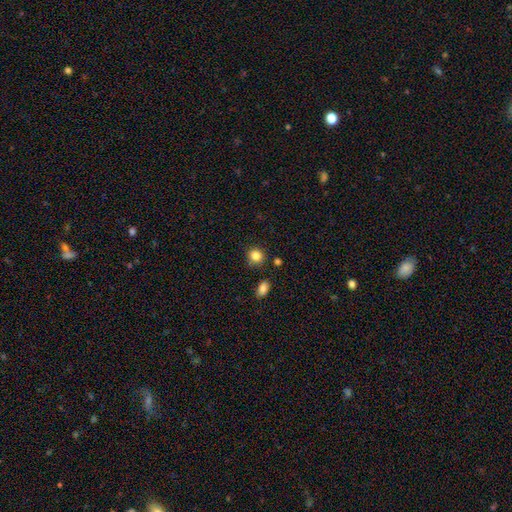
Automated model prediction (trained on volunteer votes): smooth 85%, star or artifact 10%, featured or disk 5%. Down the decision tree: how rounded — round (83%); merging — none (83%).